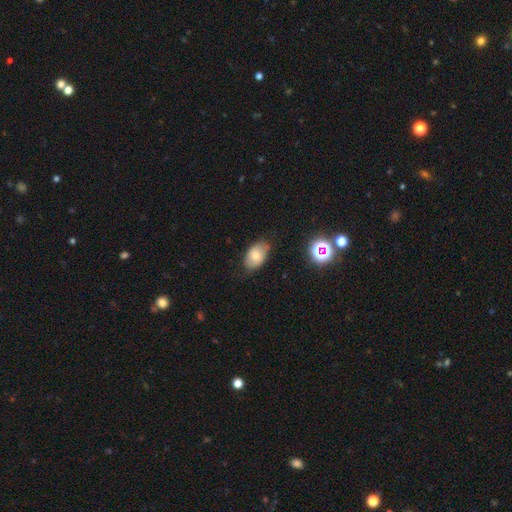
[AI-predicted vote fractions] Q: Smooth or featured?
A: smooth (73%); runner-up: featured or disk (17%)
Q: How rounded?
A: in between (89%); runner-up: round (10%)
Q: Merging?
A: none (75%); runner-up: minor disturbance (20%)